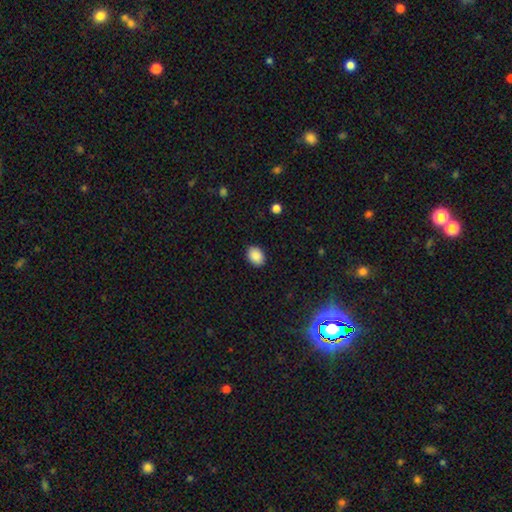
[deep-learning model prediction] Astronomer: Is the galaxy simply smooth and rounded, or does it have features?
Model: smooth — 89%.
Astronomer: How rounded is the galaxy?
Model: in between — 71%.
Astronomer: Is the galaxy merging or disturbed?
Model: none — 89%.